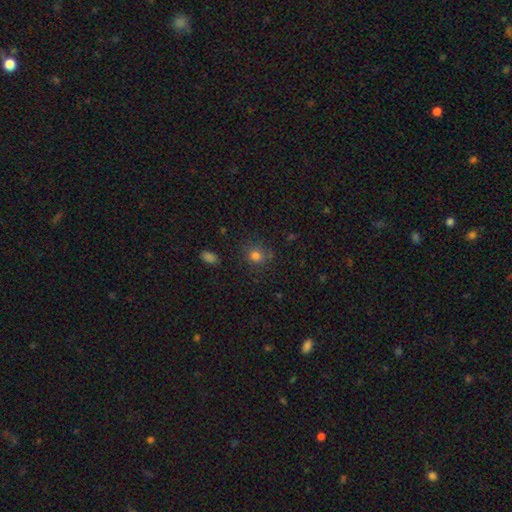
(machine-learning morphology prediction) type=smooth (79%); roundness=round (82%); merging=none (79%).